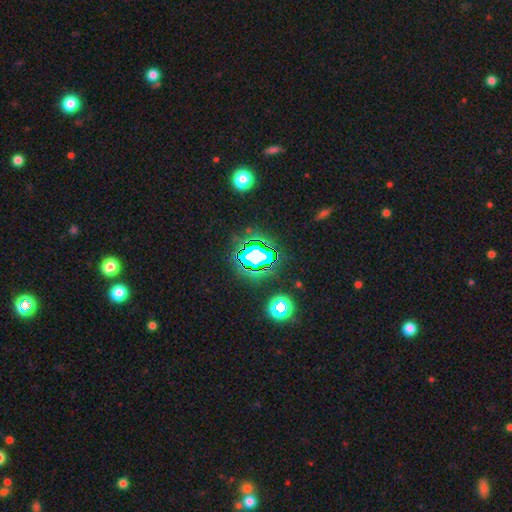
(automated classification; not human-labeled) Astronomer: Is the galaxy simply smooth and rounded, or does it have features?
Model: star or artifact — 66%.